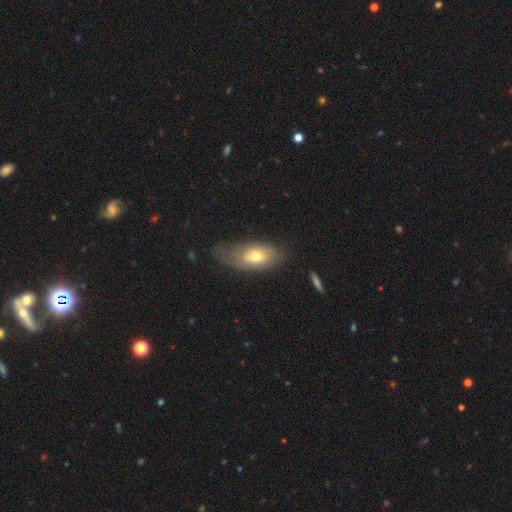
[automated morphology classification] This is likely a smooth galaxy (62%). How rounded: clearly in between (89%). Merging: possibly none (47%).